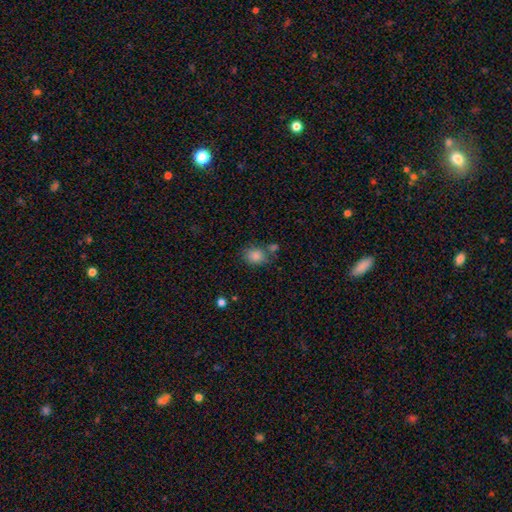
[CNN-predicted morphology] Smooth or featured? Predicted: smooth (p=0.85). How rounded? Predicted: round (p=0.50). Merging? Predicted: none (p=0.59).